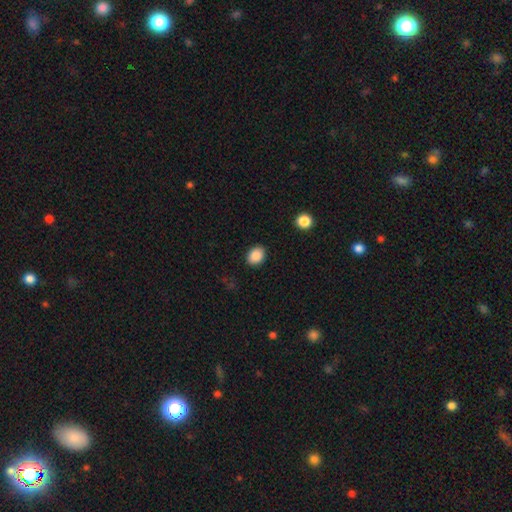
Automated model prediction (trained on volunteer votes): Smooth or featured? Predicted: smooth (p=0.89). How rounded? Predicted: in between (p=0.58). Merging? Predicted: none (p=0.89).